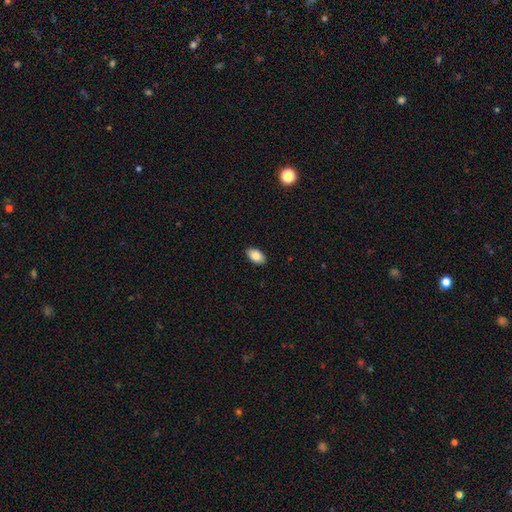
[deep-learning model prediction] This appears to be a smooth galaxy with no disk features (86%) that is in between round and cigar-shaped (94%). Merging: none (90%).